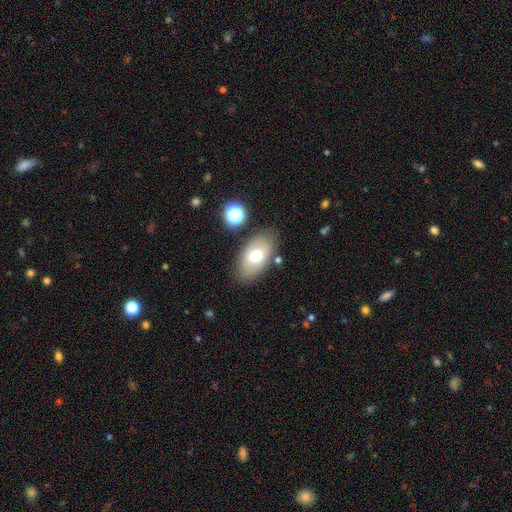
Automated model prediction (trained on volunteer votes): The model was most divided on "smooth or featured": smooth: 66%, featured or disk: 25%, star or artifact: 9%. More confident: how rounded — in between (92%); merging — none (79%).